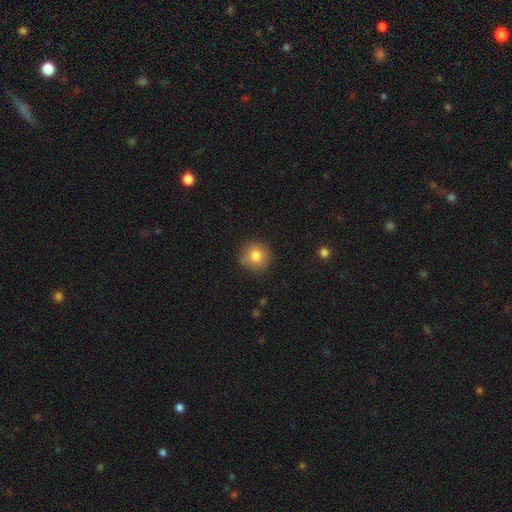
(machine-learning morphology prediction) Smooth or featured: smooth — 80% (star or artifact — 11%)
How rounded: round — 93% (in between — 6%)
Merging: none — 82% (minor disturbance — 12%)